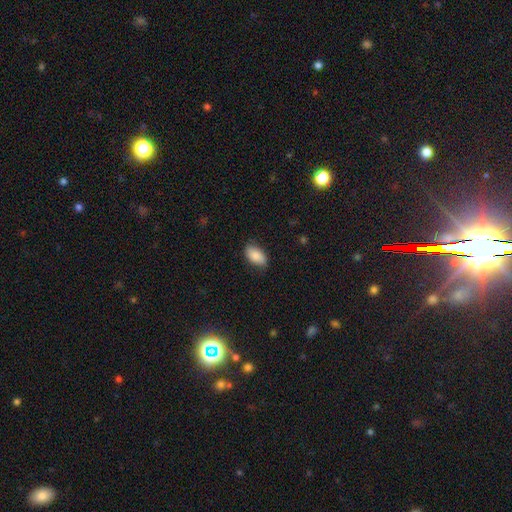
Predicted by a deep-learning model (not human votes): Morphology: type=smooth (85%); roundness=in between (94%); merging=none (80%).